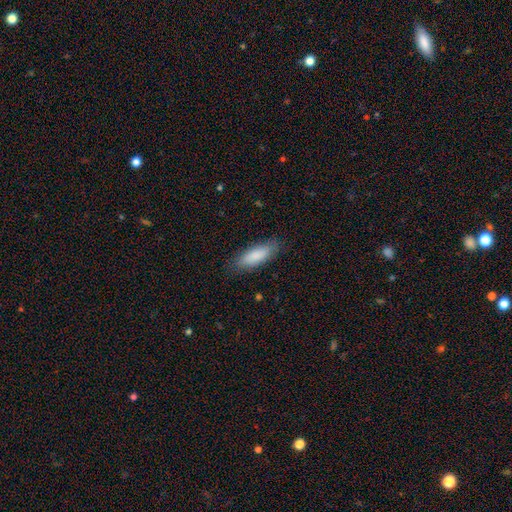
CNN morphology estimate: This appears to be a smooth galaxy with no disk features (86%) that is in between round and cigar-shaped (59%). Merging: none (84%).